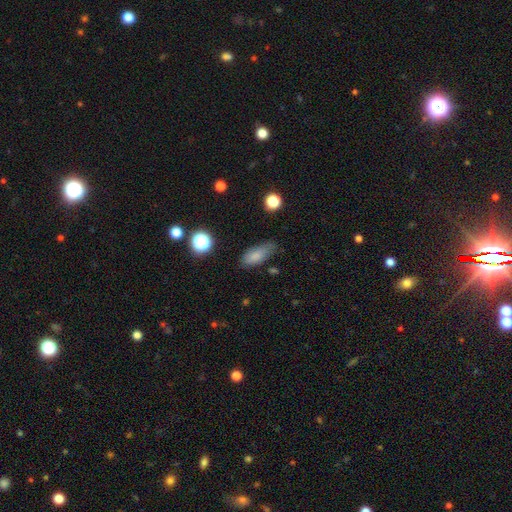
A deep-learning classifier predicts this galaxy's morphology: This is clearly a smooth galaxy (80%). How rounded: likely in between (79%). Merging: likely none (64%).